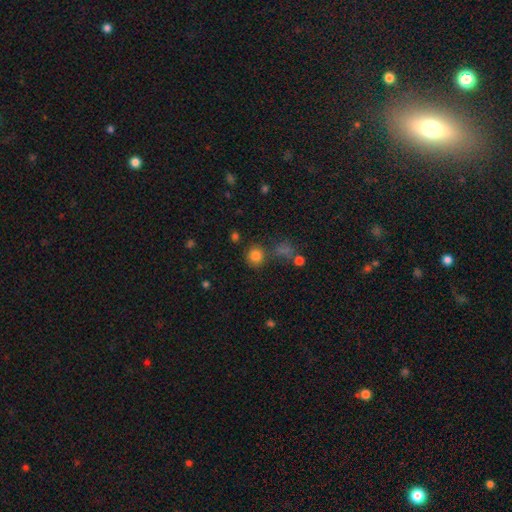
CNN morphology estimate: Smooth or featured?
  - smooth: 81% *
  - star or artifact: 13%
  - featured or disk: 6%
How rounded?
  - round: 90% *
  - in between: 9%
  - cigar-shaped: 1%
Merging?
  - none: 76% *
  - minor disturbance: 10%
  - merger: 9%
  - major disturbance: 5%